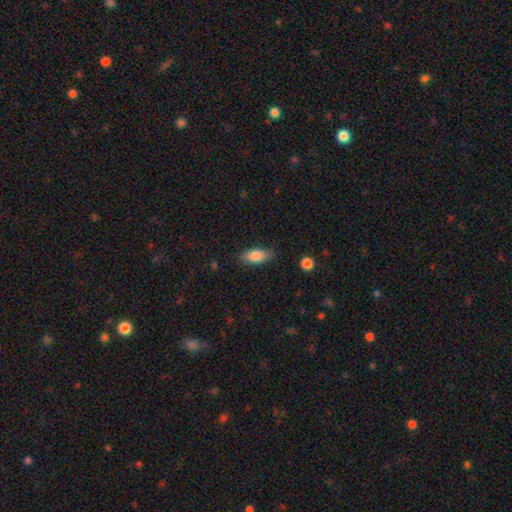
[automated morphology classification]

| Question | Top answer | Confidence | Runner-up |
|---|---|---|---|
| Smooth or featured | smooth | 83% | featured or disk (10%) |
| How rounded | in between | 85% | cigar-shaped (12%) |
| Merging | none | 79% | minor disturbance (16%) |